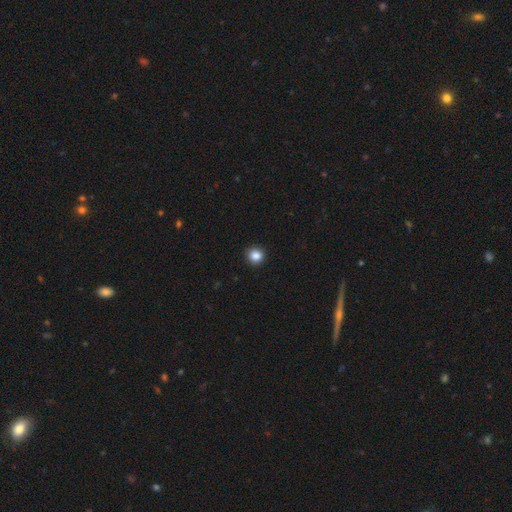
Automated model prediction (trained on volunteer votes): Morphology: type=smooth (86%); roundness=round (92%); merging=none (92%).